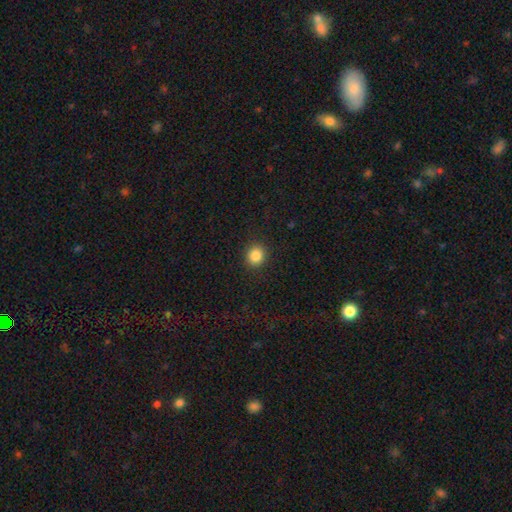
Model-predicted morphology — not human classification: Smooth or featured: smooth — 86% (star or artifact — 10%)
How rounded: round — 83% (in between — 17%)
Merging: none — 91% (minor disturbance — 6%)